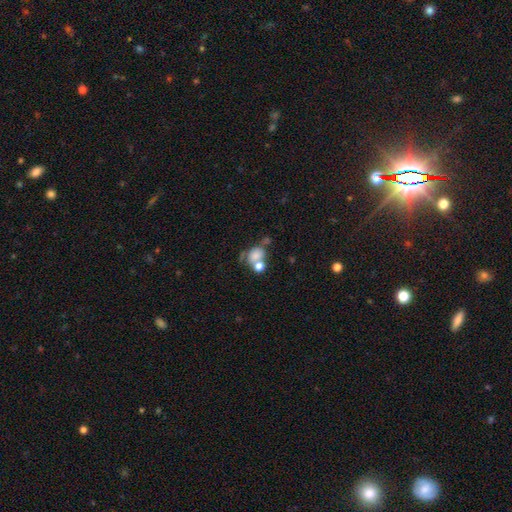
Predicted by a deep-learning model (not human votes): Smooth or featured? smooth (70%)
How rounded? round (54%)
Merging? merger (45%)